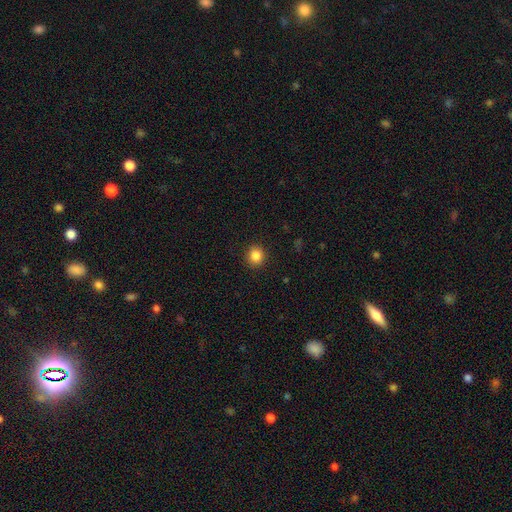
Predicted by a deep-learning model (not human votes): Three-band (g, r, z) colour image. It shows a smooth galaxy with no disk features (86%) that is round (86%). Merging: none (91%).